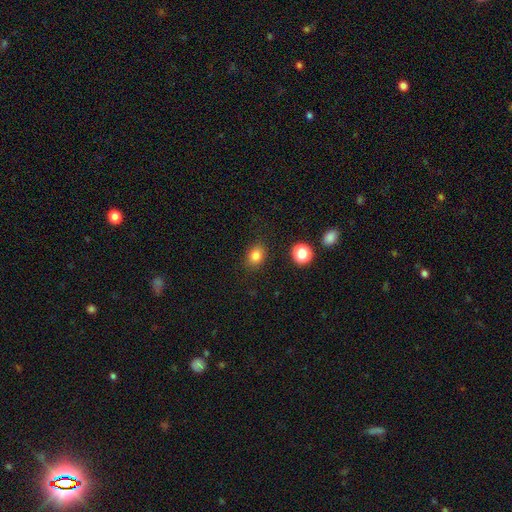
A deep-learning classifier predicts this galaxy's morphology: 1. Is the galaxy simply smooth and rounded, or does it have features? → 82% smooth, 12% star or artifact, 6% featured or disk.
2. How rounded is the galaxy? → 52% in between, 47% round, 1% cigar-shaped.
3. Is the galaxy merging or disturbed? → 84% none, 10% minor disturbance, 3% major disturbance, 2% merger.